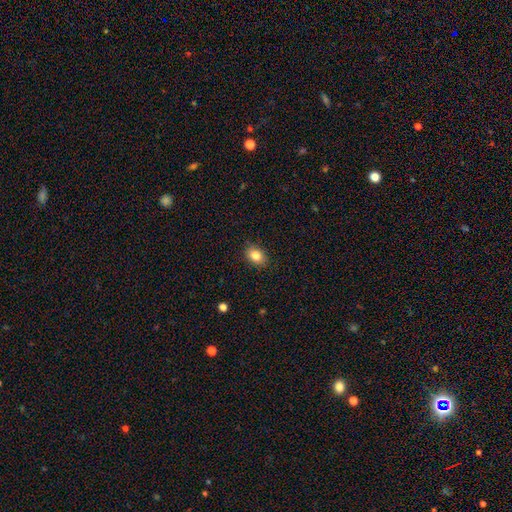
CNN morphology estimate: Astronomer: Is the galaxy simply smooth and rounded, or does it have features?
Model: smooth — 83%.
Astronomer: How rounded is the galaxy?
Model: in between — 75%.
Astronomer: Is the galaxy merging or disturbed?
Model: none — 86%.